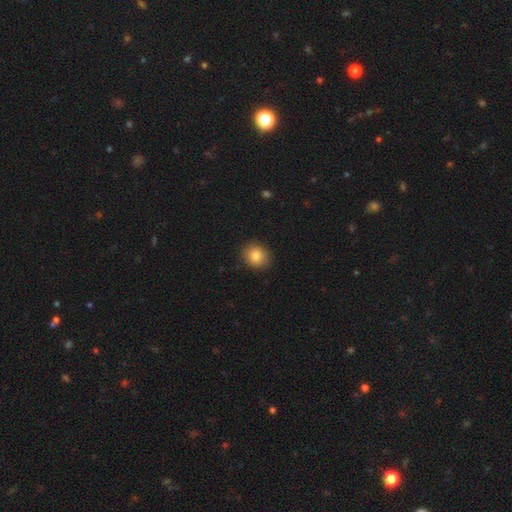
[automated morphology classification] smooth-or-featured: smooth: 83% | star or artifact: 9% | featured or disk: 7%
  how-rounded: round: 75% | in between: 24% | cigar-shaped: 1%
  merging: none: 90% | minor disturbance: 7% | major disturbance: 2% | merger: 1%